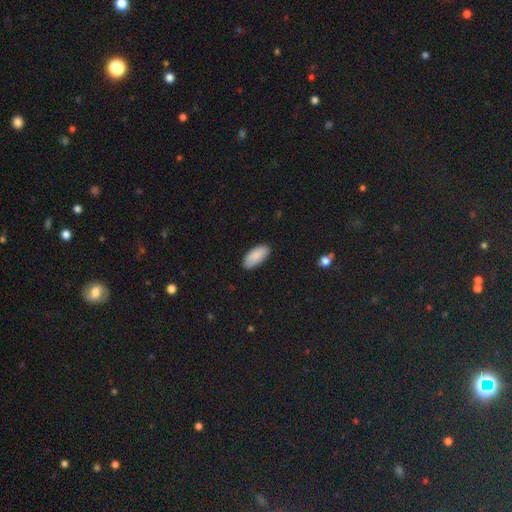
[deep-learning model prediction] Q: Smooth or featured?
A: smooth (89%); runner-up: star or artifact (6%)
Q: How rounded?
A: in between (90%); runner-up: cigar-shaped (8%)
Q: Merging?
A: none (88%); runner-up: minor disturbance (9%)